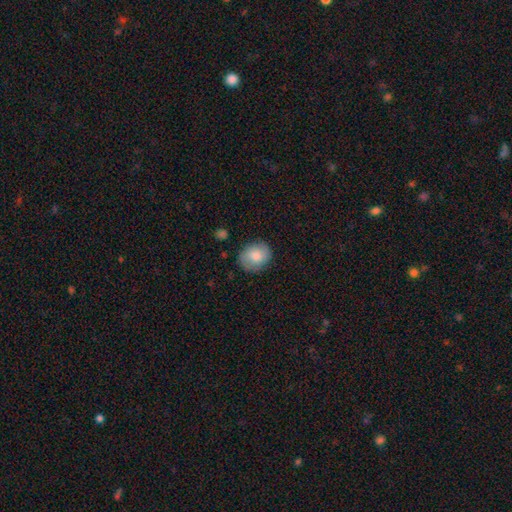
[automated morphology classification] smooth 74%, featured or disk 18%, star or artifact 7%. Down the decision tree: how rounded — round (61%); merging — none (81%).